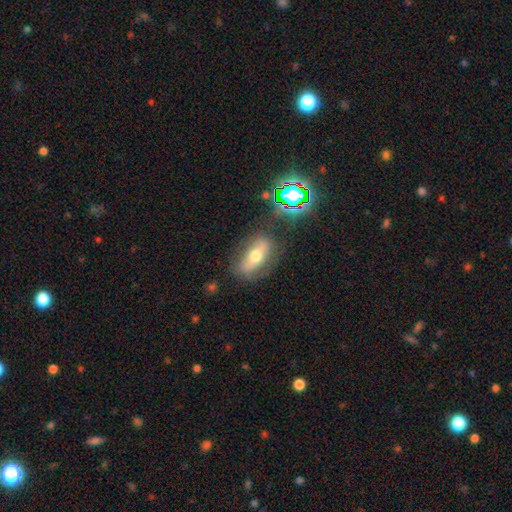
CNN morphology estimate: Overall: smooth (47%; featured or disk 40%). Merging: none (73%).